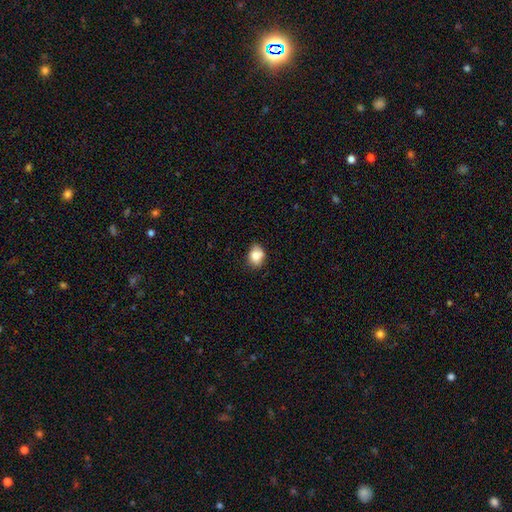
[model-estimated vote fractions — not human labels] This is clearly a smooth galaxy (81%). How rounded: possibly in between (56%). Merging: likely none (65%).